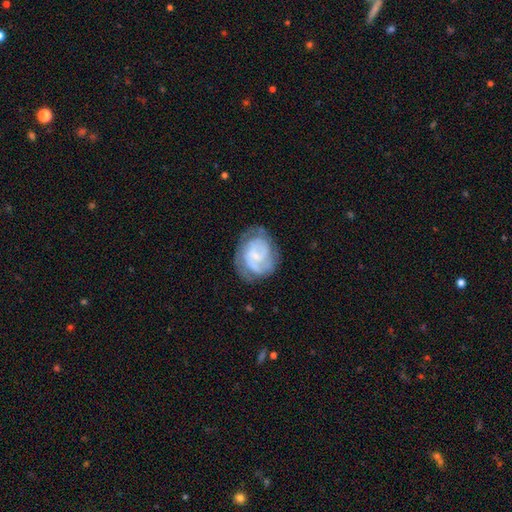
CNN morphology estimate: The model was most divided on "spiral arm count": 2: 37%, can't tell: 33%, 3: 16%, 1: 7%, 4: 4%, more than 4: 3%. More confident: edge-on disk — no (98%); spiral arms — yes (88%); smooth or featured — featured or disk (73%); merging — none (64%); bulge size — small (56%); spiral winding — tight (55%); bar — no (50%).